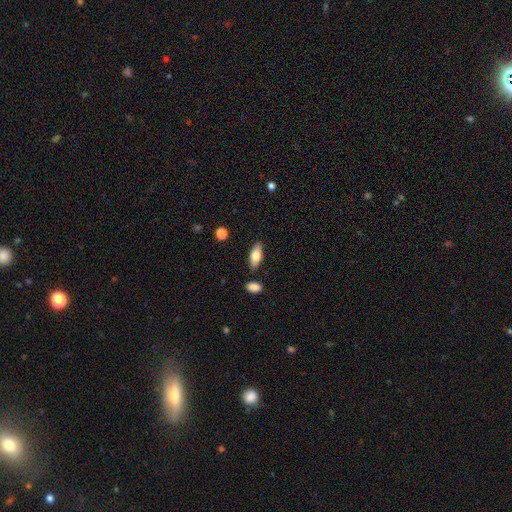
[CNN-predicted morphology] Smooth or featured?
  - smooth: 74% *
  - featured or disk: 20%
  - star or artifact: 6%
How rounded?
  - in between: 81% *
  - cigar-shaped: 16%
  - round: 3%
Merging?
  - none: 84% *
  - minor disturbance: 11%
  - merger: 4%
  - major disturbance: 2%